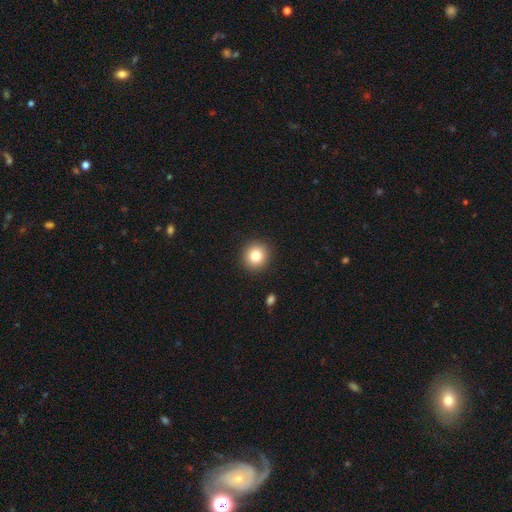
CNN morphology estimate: Smooth or featured?
  - smooth: 81% *
  - star or artifact: 10%
  - featured or disk: 8%
How rounded?
  - round: 90% *
  - in between: 9%
  - cigar-shaped: 1%
Merging?
  - none: 91% *
  - minor disturbance: 6%
  - major disturbance: 2%
  - merger: 1%